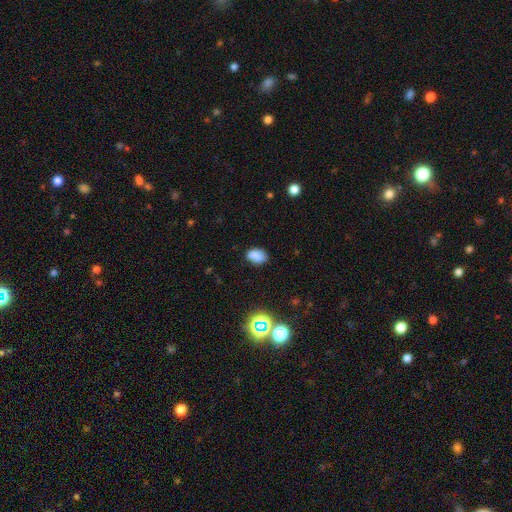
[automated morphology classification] Smooth or featured? Predicted: smooth (p=0.78). How rounded? Predicted: in between (p=0.82). Merging? Predicted: none (p=0.71).